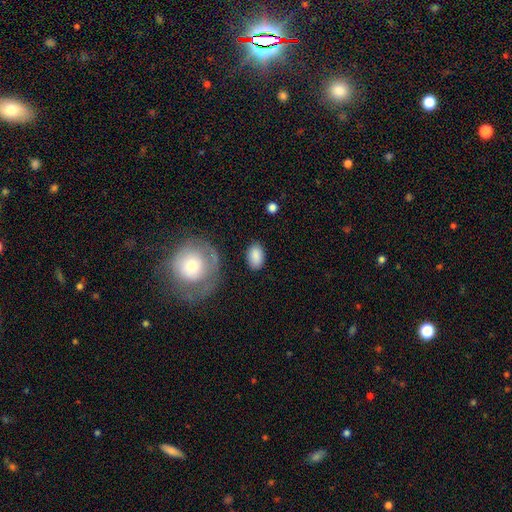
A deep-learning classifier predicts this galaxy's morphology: A smooth galaxy with no disk features (86%) that is in between round and cigar-shaped (89%).

Vote fractions:
- Smooth or featured? smooth: 86% / featured or disk: 8% / star or artifact: 6%
- How rounded? in between: 89% / round: 10% / cigar-shaped: 2%
- Merging? none: 80% / minor disturbance: 13% / major disturbance: 4% / merger: 3%